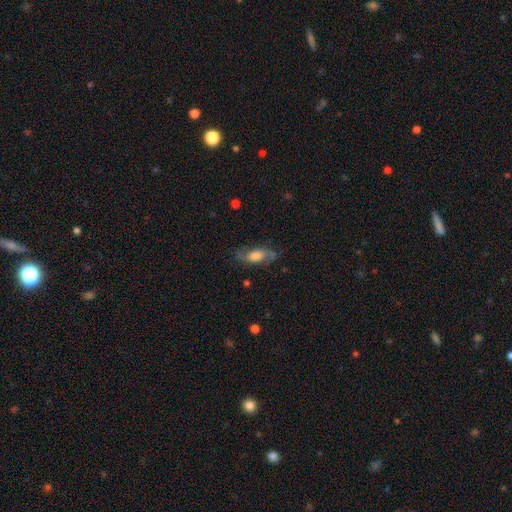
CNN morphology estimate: Smooth or featured? Predicted: featured or disk (p=0.66). Edge-on disk? Predicted: no (p=0.88). Bar? Predicted: no (p=0.57). Spiral arms? Predicted: yes (p=0.89). Spiral winding? Predicted: medium (p=0.45). Spiral arm count? Predicted: 2 (p=0.87). Bulge size? Predicted: moderate (p=0.42). Merging? Predicted: none (p=0.76).